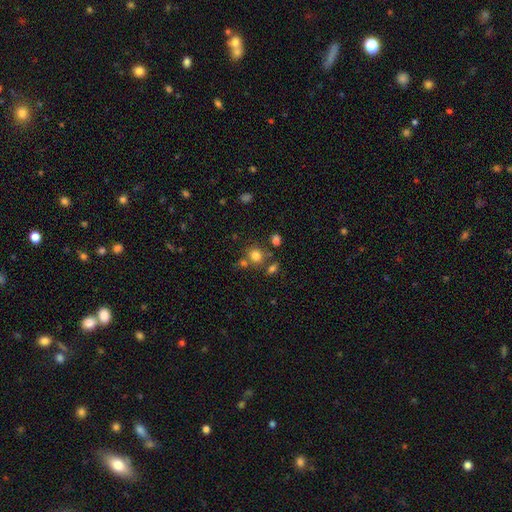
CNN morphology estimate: A smooth galaxy with no disk features (76%) that is round (72%). Merging: none (63%).